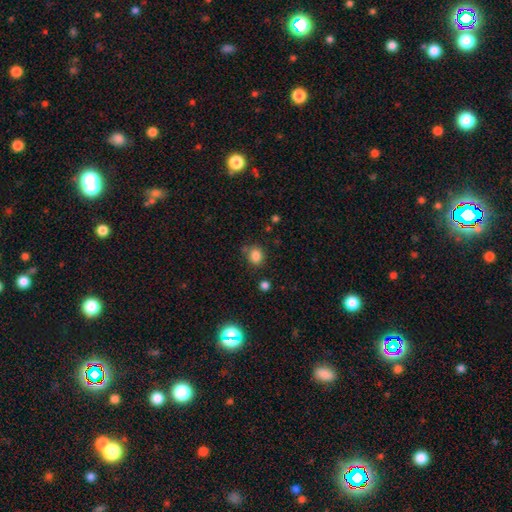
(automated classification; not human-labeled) This is clearly a smooth galaxy (83%). How rounded: likely round (67%). Merging: likely none (74%).